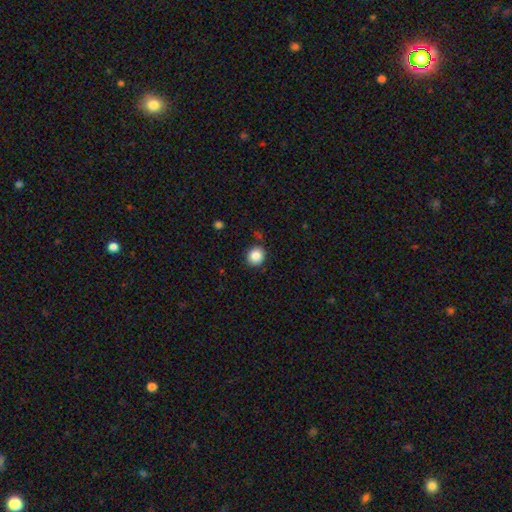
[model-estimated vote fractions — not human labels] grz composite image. It shows a smooth galaxy with no disk features (86%) that is round (83%). Merging: none (86%).